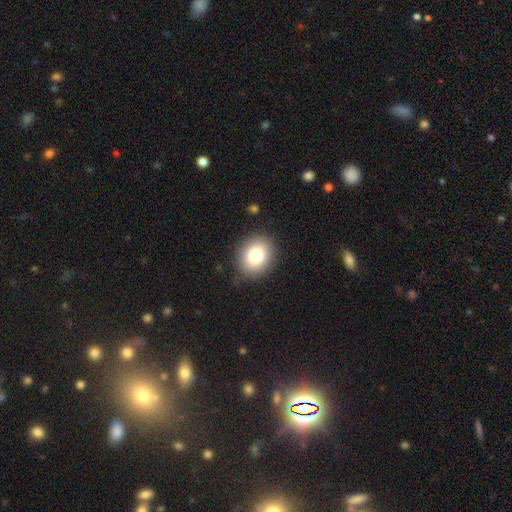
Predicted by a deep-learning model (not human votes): smooth_or_featured: smooth (p=0.80) [alt: star or artifact p=0.10]
how_rounded: round (p=0.64) [alt: in between p=0.35]
merging: none (p=0.87) [alt: minor disturbance p=0.09]